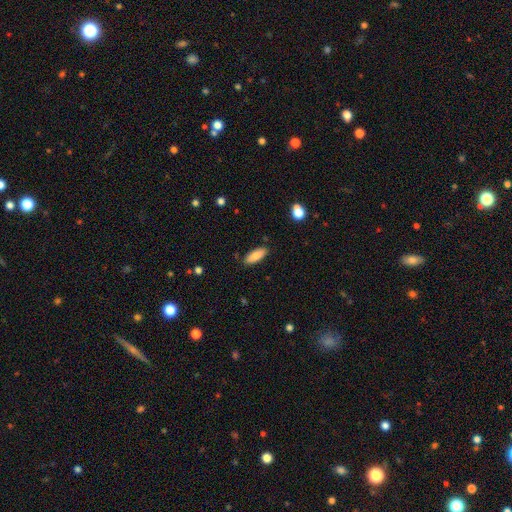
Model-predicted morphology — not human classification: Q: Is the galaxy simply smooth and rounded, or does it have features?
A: smooth — 84%.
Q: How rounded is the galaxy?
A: in between — 72%.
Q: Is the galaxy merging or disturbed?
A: none — 87%.